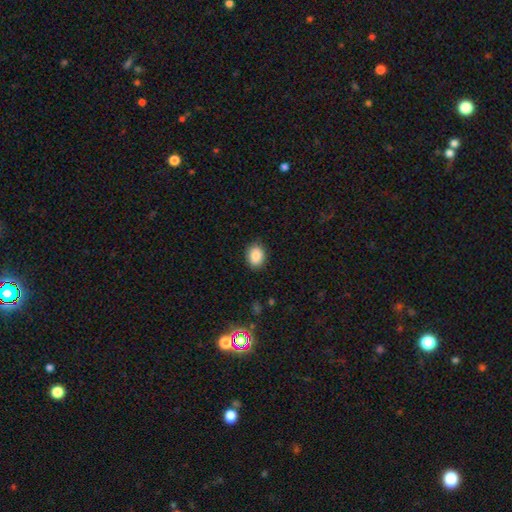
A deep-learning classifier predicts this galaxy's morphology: smooth_or_featured: smooth (p=0.87) [alt: star or artifact p=0.09]
how_rounded: in between (p=0.53) [alt: round p=0.46]
merging: none (p=0.87) [alt: minor disturbance p=0.10]